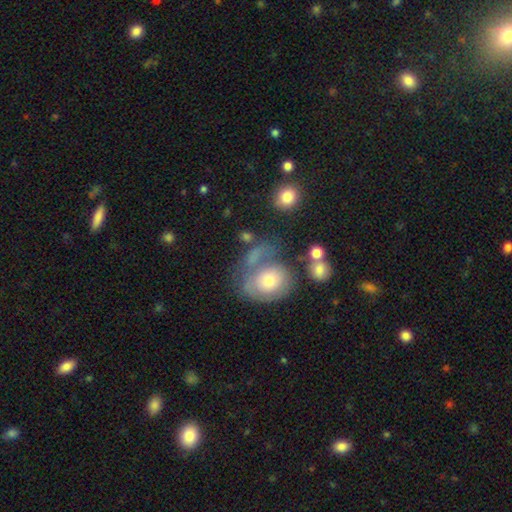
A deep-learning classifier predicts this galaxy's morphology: This appears to be a smooth galaxy with no disk features (53%) that is round (50%). Merging: none (35%).